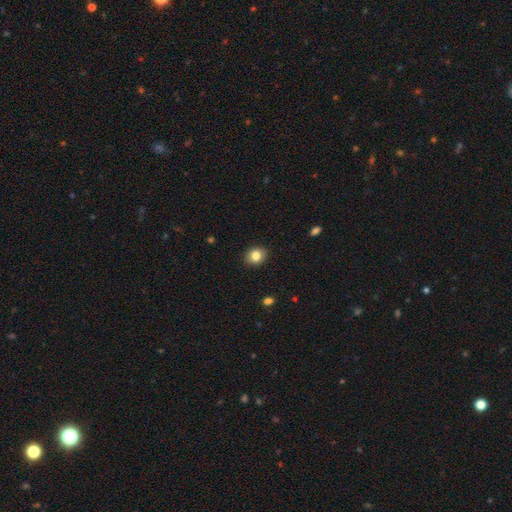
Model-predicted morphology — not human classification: This appears to be a smooth galaxy with no disk features (83%) that is round (62%). Merging: none (91%).